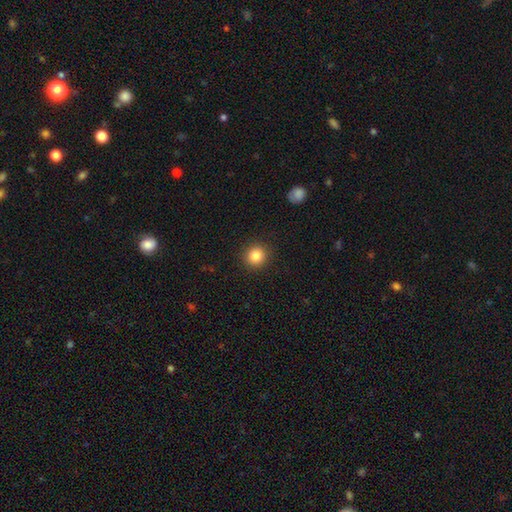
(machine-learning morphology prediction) smooth 84%, star or artifact 11%, featured or disk 5%. Down the decision tree: how rounded — round (93%); merging — none (92%).